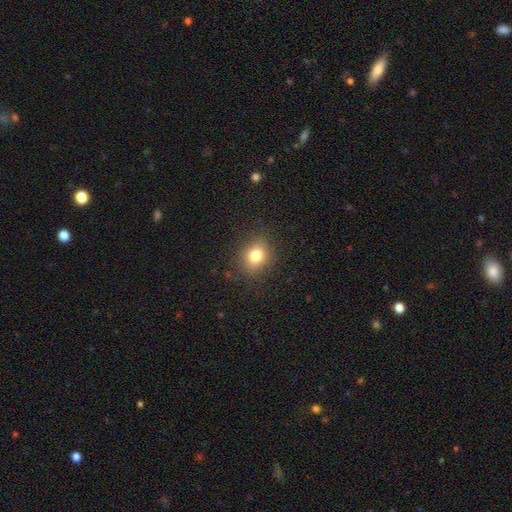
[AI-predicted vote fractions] Q: Smooth or featured?
A: smooth (79%); runner-up: star or artifact (13%)
Q: How rounded?
A: round (68%); runner-up: in between (31%)
Q: Merging?
A: none (86%); runner-up: minor disturbance (9%)